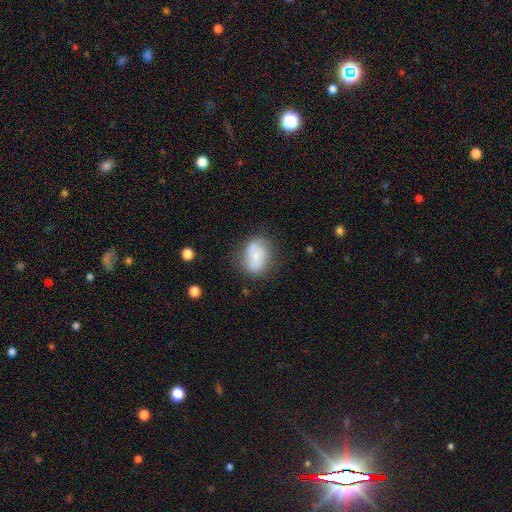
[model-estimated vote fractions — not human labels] Smooth or featured?
  - smooth: 61% *
  - featured or disk: 31%
  - star or artifact: 8%
How rounded?
  - in between: 68% *
  - round: 30%
  - cigar-shaped: 1%
Merging?
  - none: 64% *
  - minor disturbance: 24%
  - major disturbance: 8%
  - merger: 4%